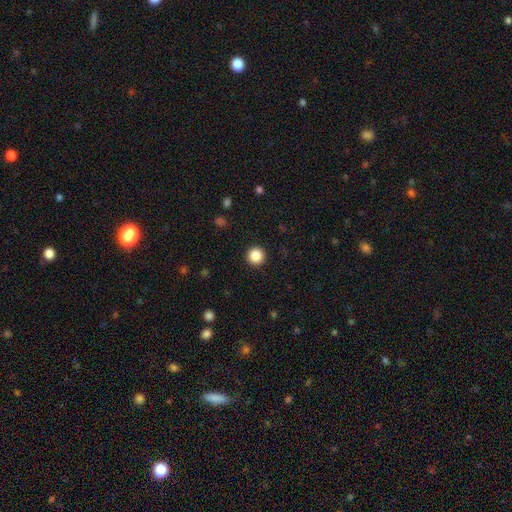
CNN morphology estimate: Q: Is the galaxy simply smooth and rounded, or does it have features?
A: smooth — 87%.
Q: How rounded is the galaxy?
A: round — 96%.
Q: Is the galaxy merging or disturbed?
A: none — 93%.